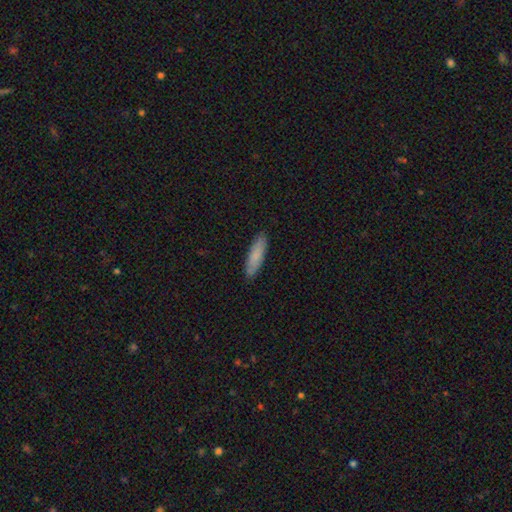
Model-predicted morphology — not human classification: smooth-or-featured: smooth: 84% | featured or disk: 10% | star or artifact: 6%
  how-rounded: cigar-shaped: 68% | in between: 30% | round: 1%
  merging: none: 89% | minor disturbance: 9% | major disturbance: 2% | merger: 1%